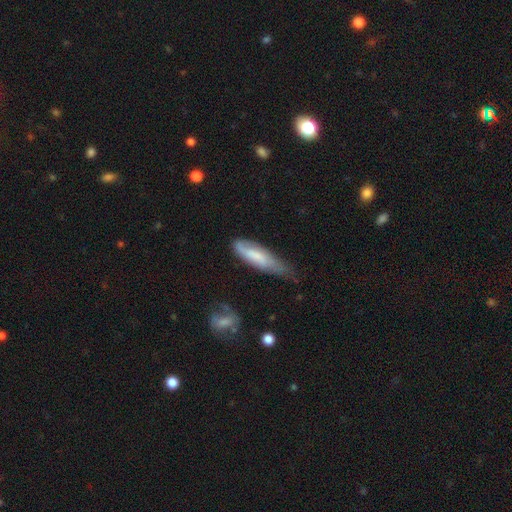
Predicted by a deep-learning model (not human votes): Q: Smooth or featured?
A: smooth (60%); runner-up: featured or disk (34%)
Q: How rounded?
A: cigar-shaped (59%); runner-up: in between (39%)
Q: Merging?
A: none (42%); runner-up: minor disturbance (41%)